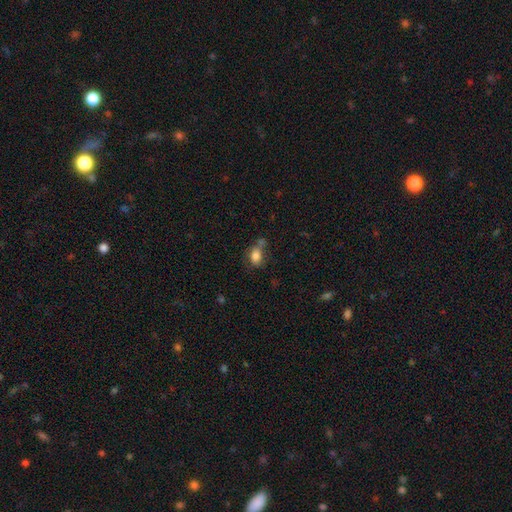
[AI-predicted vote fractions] smooth 80%, featured or disk 10%, star or artifact 10%. Down the decision tree: how rounded — in between (76%); merging — none (48%).